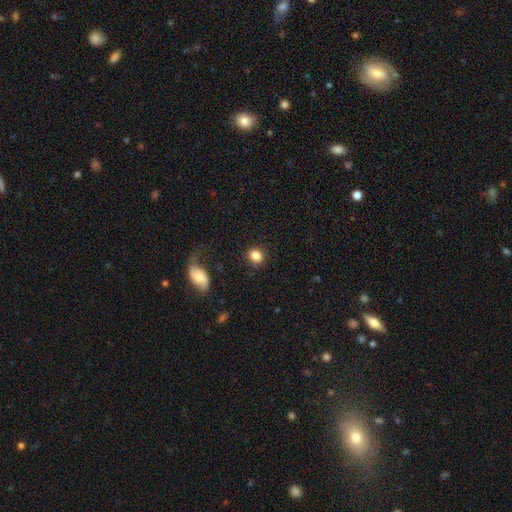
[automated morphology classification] Smooth or featured: smooth — 83% (star or artifact — 10%)
How rounded: round — 74% (in between — 25%)
Merging: none — 85% (minor disturbance — 9%)